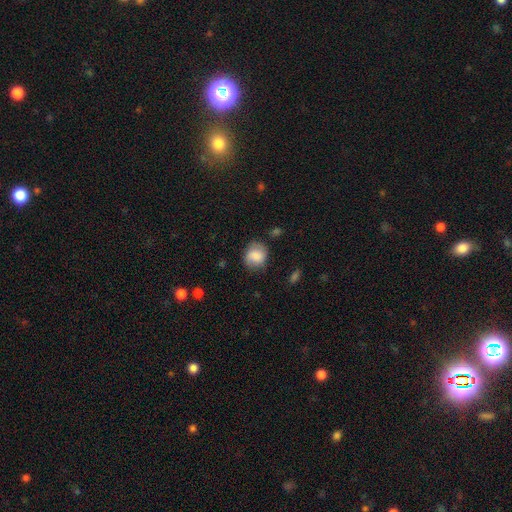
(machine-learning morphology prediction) Smooth or featured? smooth (81%)
How rounded? round (70%)
Merging? none (72%)